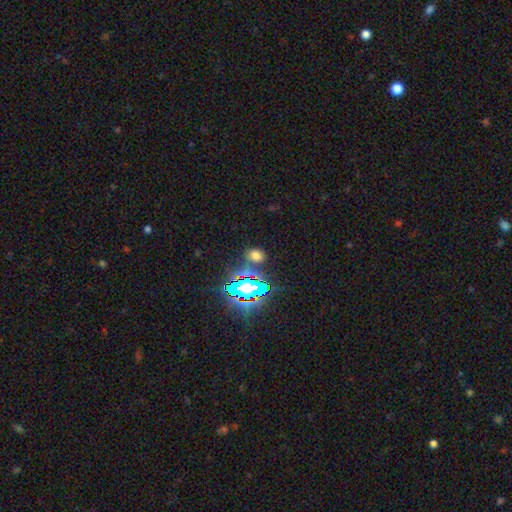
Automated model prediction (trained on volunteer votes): Smooth or featured?
  - smooth: 56% *
  - star or artifact: 35%
  - featured or disk: 9%
How rounded?
  - in between: 57% *
  - round: 41%
  - cigar-shaped: 2%
Merging?
  - none: 76% *
  - minor disturbance: 12%
  - merger: 7%
  - major disturbance: 5%